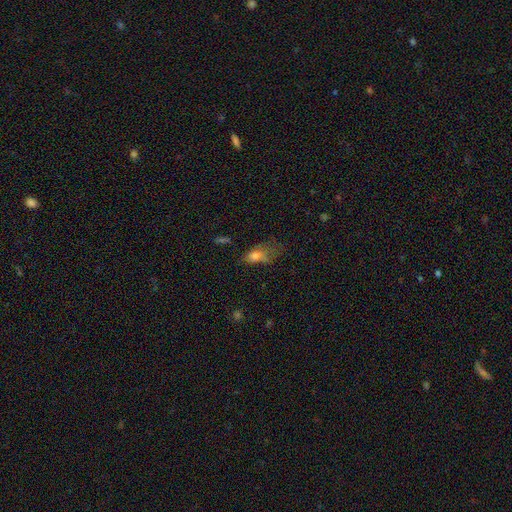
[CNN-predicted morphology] This is likely a smooth galaxy (69%). How rounded: likely in between (79%). Merging: possibly major disturbance (48%).